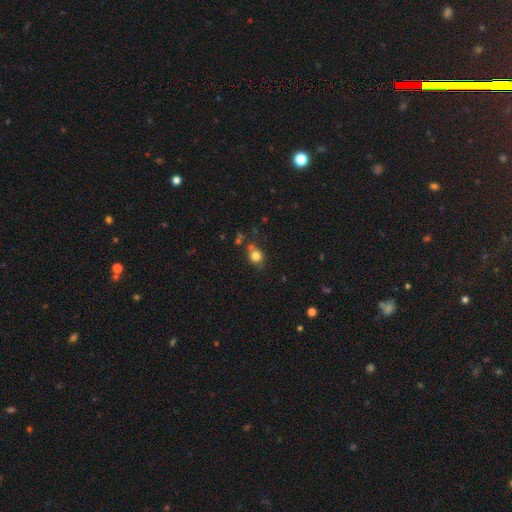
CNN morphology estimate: This appears to be a smooth galaxy with no disk features (78%) that is round (75%). Merging: none (65%).